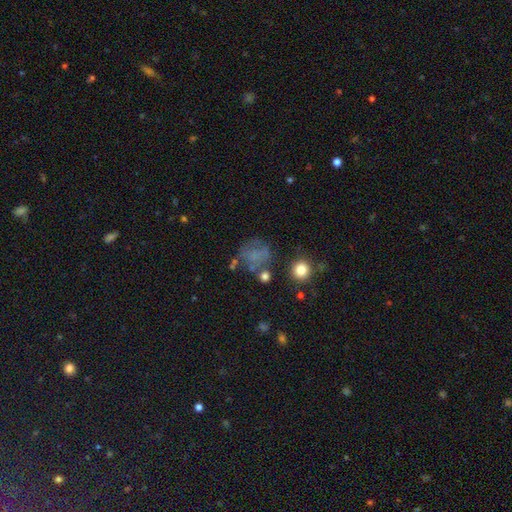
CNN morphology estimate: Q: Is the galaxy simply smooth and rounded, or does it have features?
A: smooth — 49%.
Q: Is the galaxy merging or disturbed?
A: none — 49%.